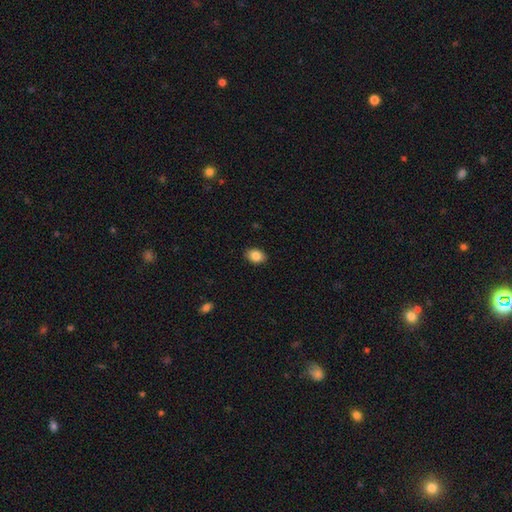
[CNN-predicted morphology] Smooth or featured? smooth (86%)
How rounded? in between (78%)
Merging? none (89%)